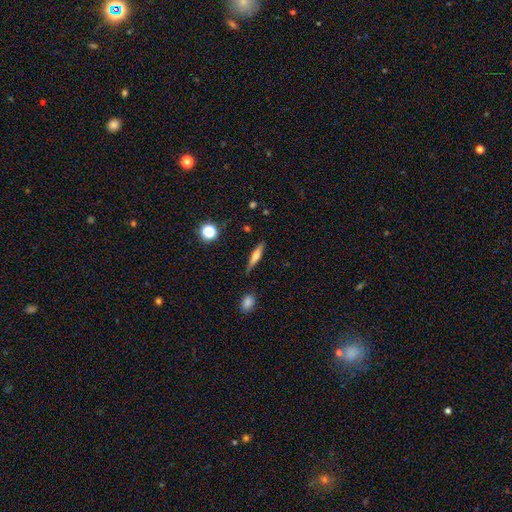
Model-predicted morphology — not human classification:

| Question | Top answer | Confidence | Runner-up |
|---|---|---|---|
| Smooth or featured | smooth | 50% | featured or disk (42%) |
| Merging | none | 83% | minor disturbance (12%) |